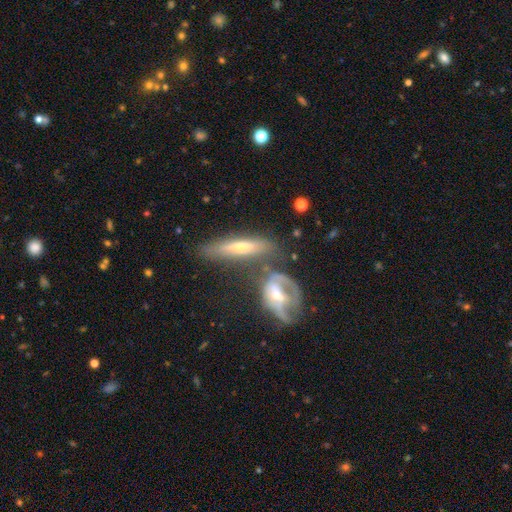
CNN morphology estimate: A featured or disk galaxy (68%) viewed edge-on (69%). Merging: none (55%).